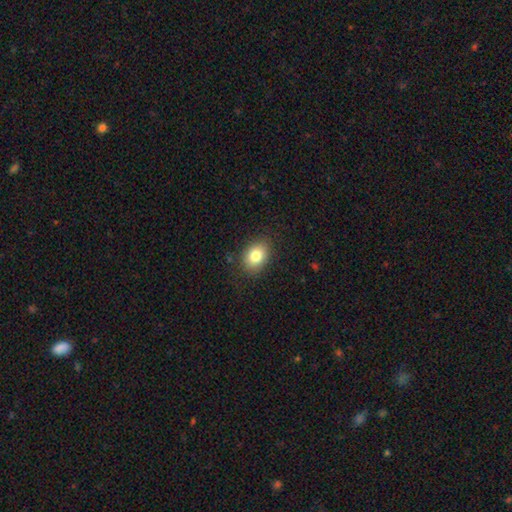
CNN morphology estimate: type=smooth (82%); roundness=in between (71%); merging=none (85%).